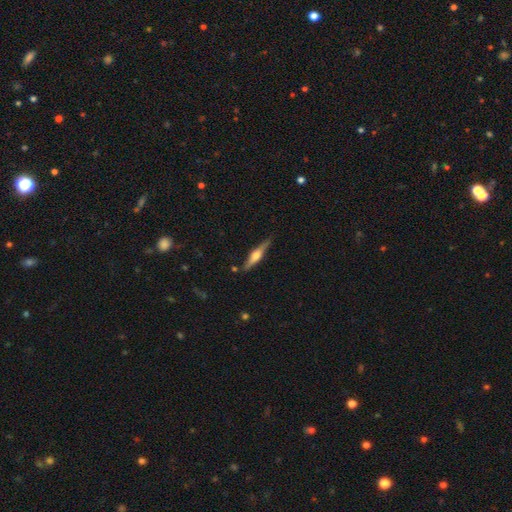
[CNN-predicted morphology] This is likely a featured or disk galaxy (69%). It is clearly viewed edge-on (97%). Edge-on bulge: clearly rounded (86%). Merging: clearly none (85%).